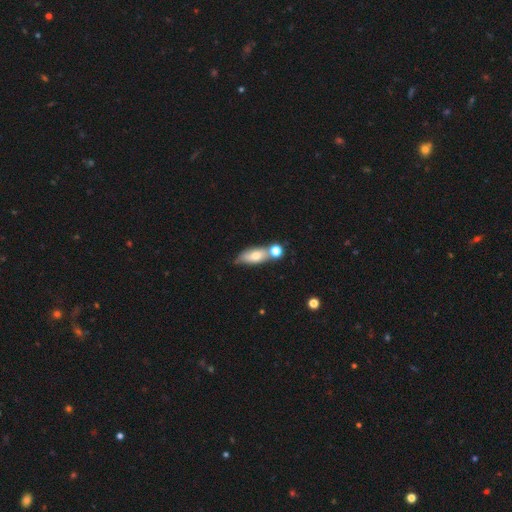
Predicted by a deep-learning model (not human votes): Smooth or featured?
  - smooth: 67% *
  - featured or disk: 25%
  - star or artifact: 9%
How rounded?
  - in between: 74% *
  - cigar-shaped: 18%
  - round: 7%
Merging?
  - none: 50% *
  - merger: 30%
  - minor disturbance: 15%
  - major disturbance: 5%